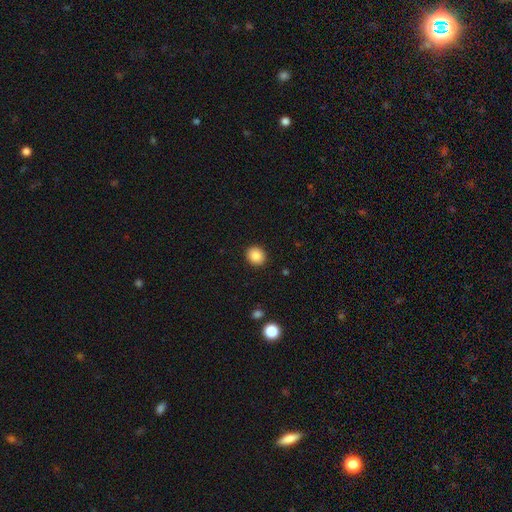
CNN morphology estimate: Q: Smooth or featured?
A: smooth (87%); runner-up: star or artifact (9%)
Q: How rounded?
A: round (78%); runner-up: in between (21%)
Q: Merging?
A: none (92%); runner-up: minor disturbance (5%)